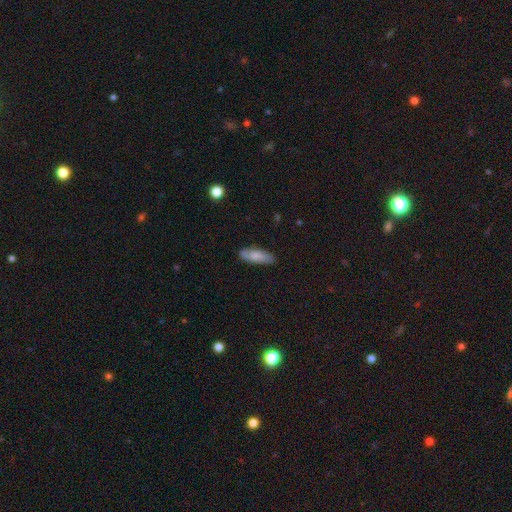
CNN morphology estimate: A smooth galaxy with no disk features (75%) that is in between round and cigar-shaped (60%).

Vote fractions:
- Smooth or featured? smooth: 75% / featured or disk: 18% / star or artifact: 6%
- How rounded? in between: 60% / cigar-shaped: 38% / round: 2%
- Merging? none: 81% / minor disturbance: 14% / major disturbance: 3% / merger: 1%